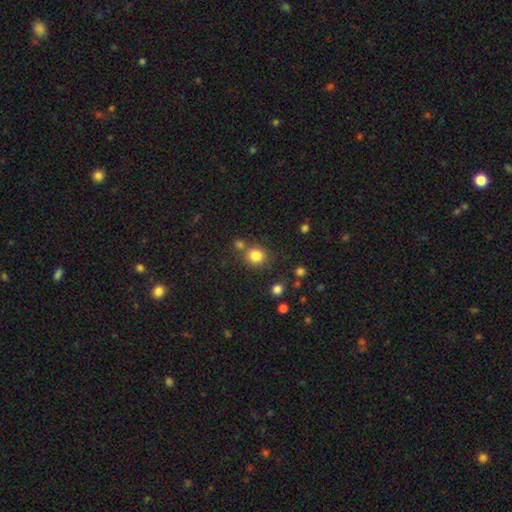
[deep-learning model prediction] A smooth galaxy with no disk features (83%) that is round (87%).

Vote fractions:
- Smooth or featured? smooth: 83% / star or artifact: 12% / featured or disk: 5%
- How rounded? round: 87% / in between: 12% / cigar-shaped: 1%
- Merging? none: 74% / merger: 13% / minor disturbance: 10% / major disturbance: 3%